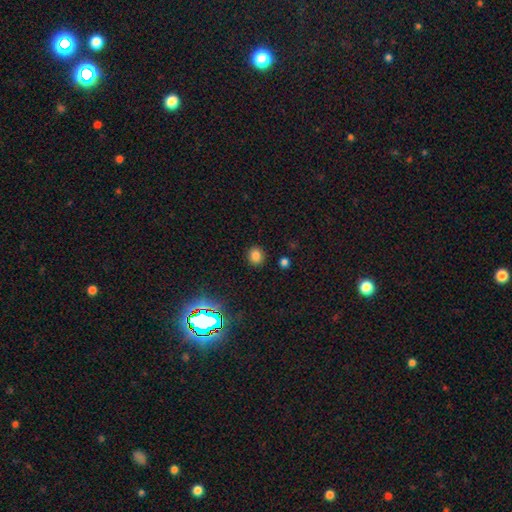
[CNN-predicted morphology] This is likely a smooth galaxy (80%). How rounded: clearly round (81%). Merging: clearly none (89%).